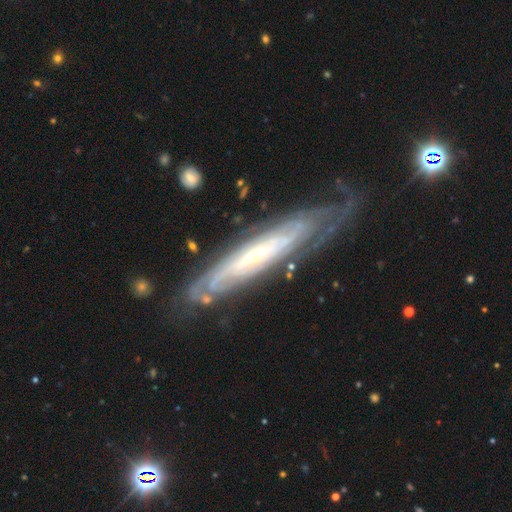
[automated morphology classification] type=featured or disk (86%); edge-on=no (68%); bar=no (55%); spiral arms=yes (92%); winding=tight (75%); arm count=can't tell (59%); bulge=small (62%); merging=none (69%).